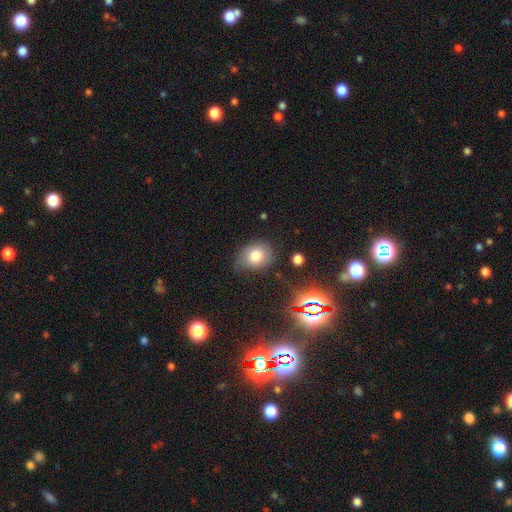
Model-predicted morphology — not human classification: Overall: smooth (75%). How rounded: in between (53%; round 46%). Merging: none (67%).